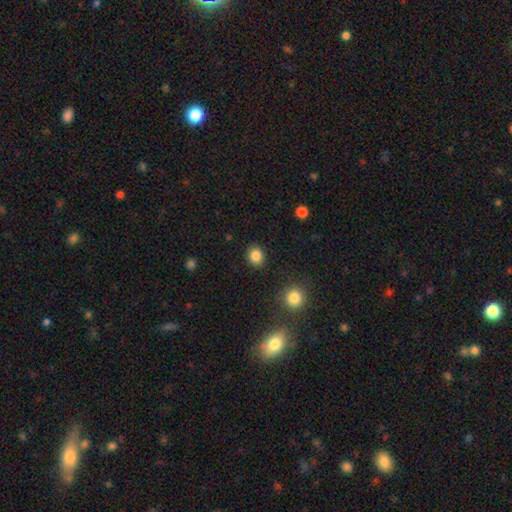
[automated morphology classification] This appears to be a smooth galaxy with no disk features (85%) that is round (73%). Merging: none (90%).